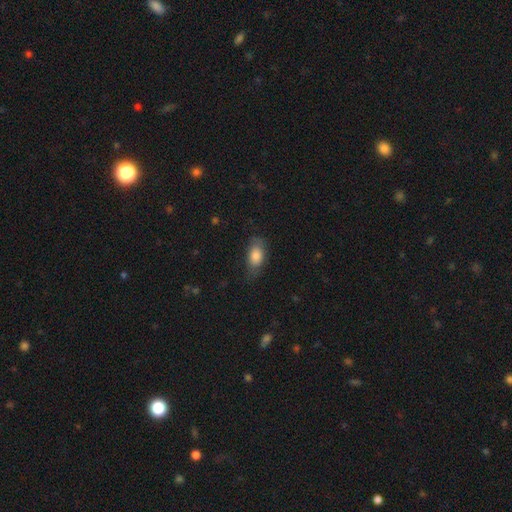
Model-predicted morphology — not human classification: Smooth or featured? Predicted: smooth (p=0.80). How rounded? Predicted: in between (p=0.89). Merging? Predicted: none (p=0.65).